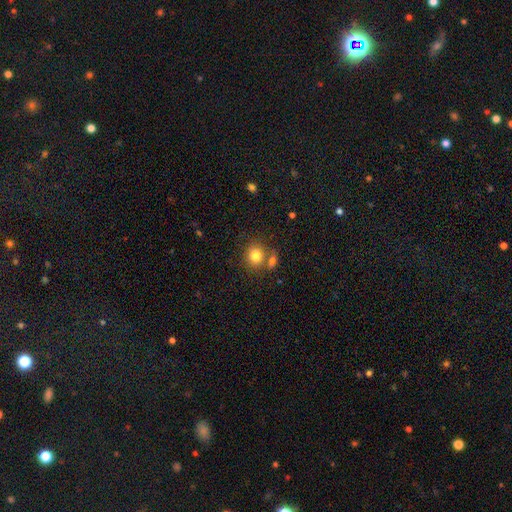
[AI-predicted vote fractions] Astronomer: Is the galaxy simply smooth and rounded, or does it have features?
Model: smooth — 81%.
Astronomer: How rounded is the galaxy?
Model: round — 75%.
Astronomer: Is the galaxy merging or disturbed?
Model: none — 63%.